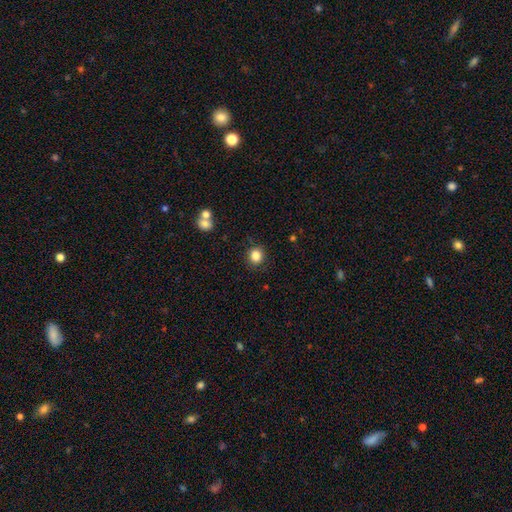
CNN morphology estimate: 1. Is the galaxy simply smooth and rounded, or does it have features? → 84% smooth, 11% star or artifact, 5% featured or disk.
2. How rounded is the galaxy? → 86% round, 13% in between, 1% cigar-shaped.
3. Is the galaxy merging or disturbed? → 87% none, 8% minor disturbance, 3% major disturbance, 3% merger.